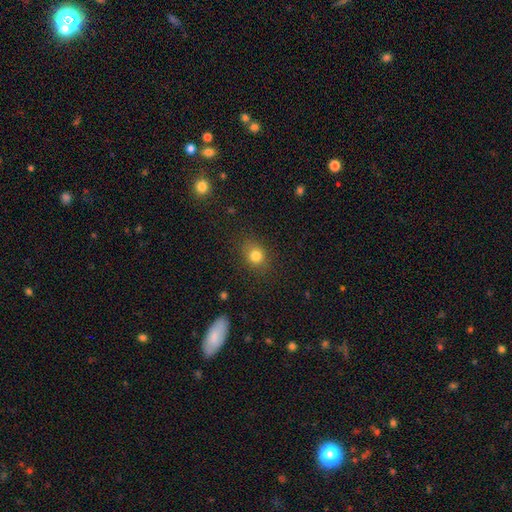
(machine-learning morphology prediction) Smooth or featured? smooth (81%)
How rounded? round (61%)
Merging? none (84%)